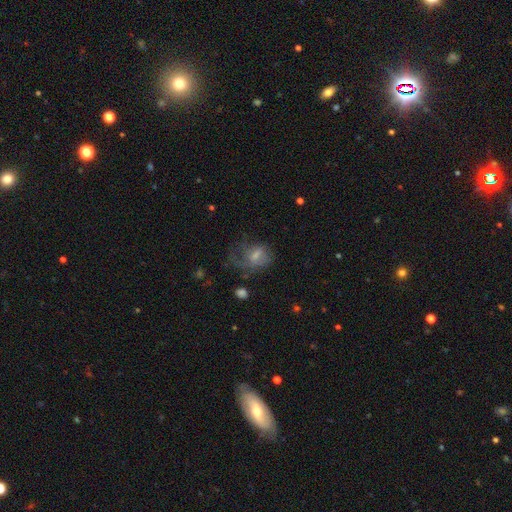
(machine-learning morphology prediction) smooth_or_featured: smooth (p=0.51) [alt: featured or disk p=0.39]
how_rounded: in between (p=0.64) [alt: round p=0.35]
merging: major disturbance (p=0.44) [alt: none p=0.29]